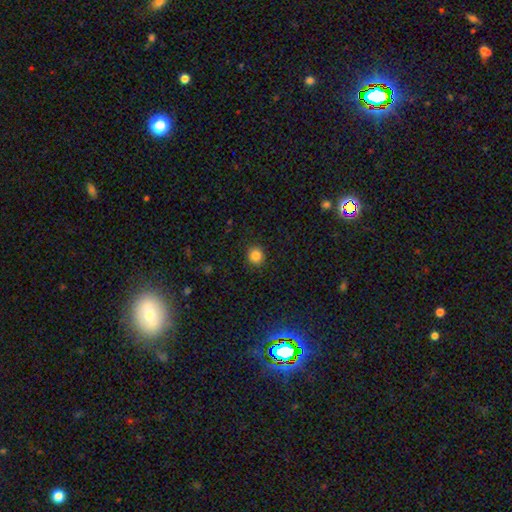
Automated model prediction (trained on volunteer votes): Overall: smooth (84%). How rounded: round (87%). Merging: none (91%).